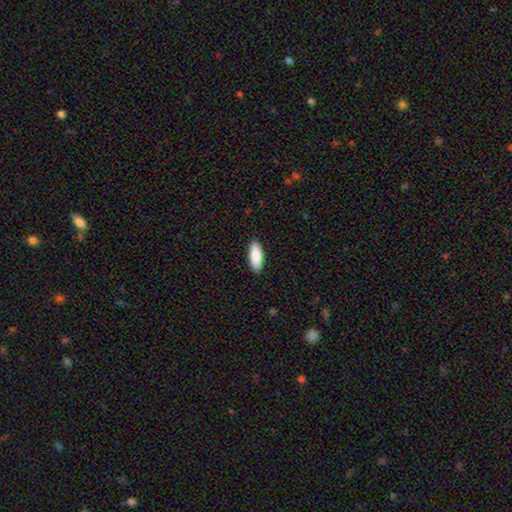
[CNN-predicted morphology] type=smooth (87%); roundness=in between (69%); merging=none (91%).